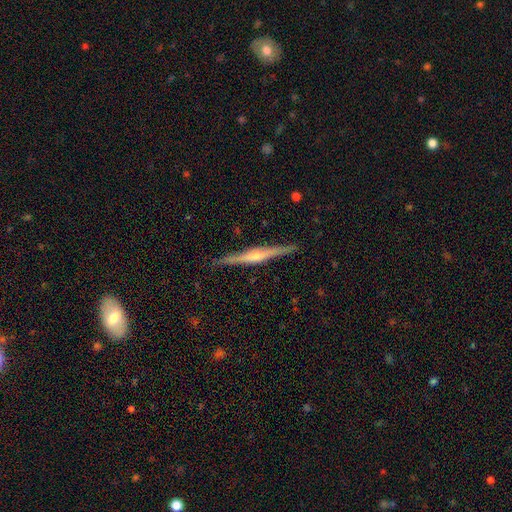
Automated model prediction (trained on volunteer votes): The model was most divided on "edge-on bulge": rounded: 77%, boxy: 14%, none: 10%. More confident: edge-on disk — yes (98%); merging — none (90%); smooth or featured — featured or disk (80%).